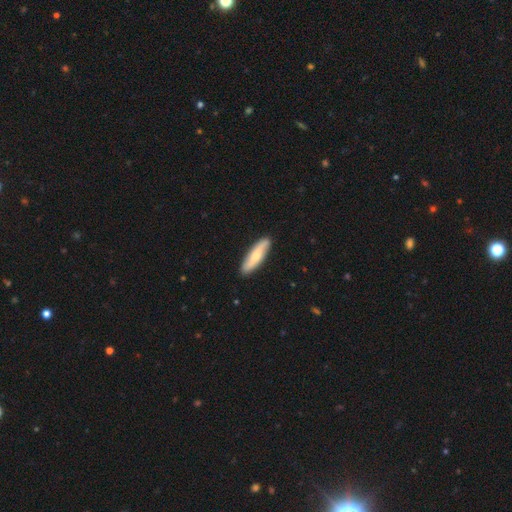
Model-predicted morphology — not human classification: This appears to be a smooth galaxy with no disk features (60%) that is cigar-shaped (66%). Merging: none (89%).